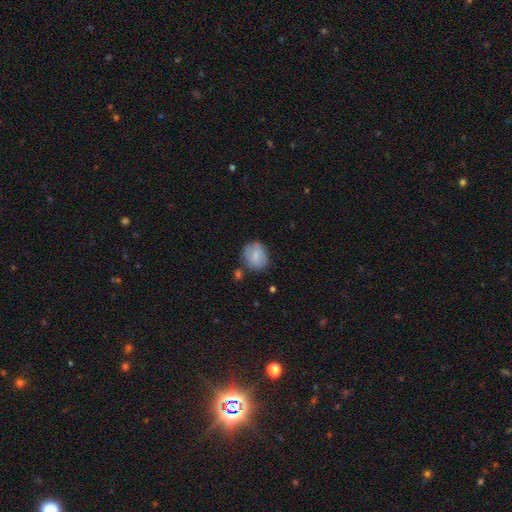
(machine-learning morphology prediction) Overall: smooth (79%). How rounded: round (66%; in between 33%). Merging: none (66%).